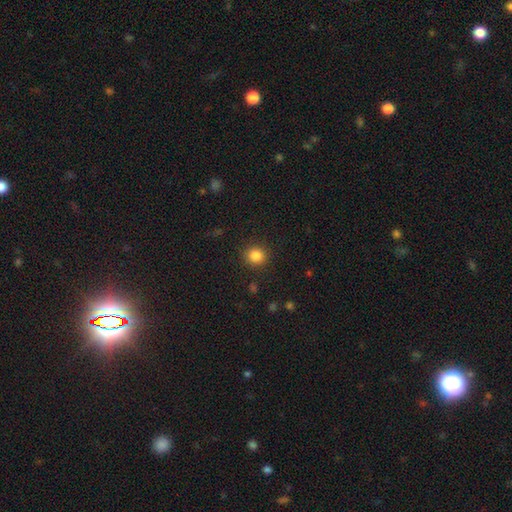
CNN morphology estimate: Smooth or featured: smooth — 85% (star or artifact — 11%)
How rounded: round — 88% (in between — 11%)
Merging: none — 89% (minor disturbance — 7%)